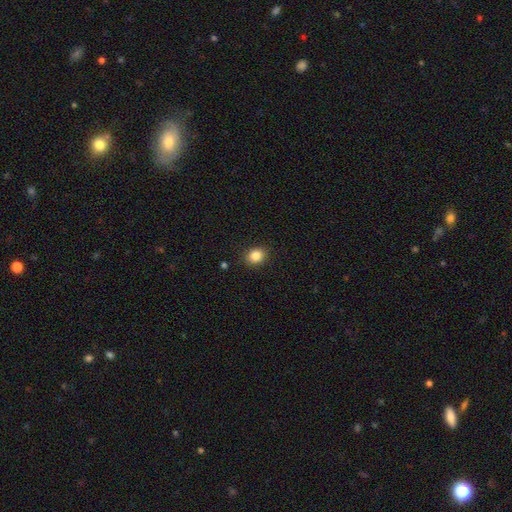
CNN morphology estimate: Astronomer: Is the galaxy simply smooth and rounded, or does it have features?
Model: smooth — 85%.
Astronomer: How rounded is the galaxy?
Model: round — 56% (runner-up: in between, 43%).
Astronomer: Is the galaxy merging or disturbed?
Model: none — 88%.